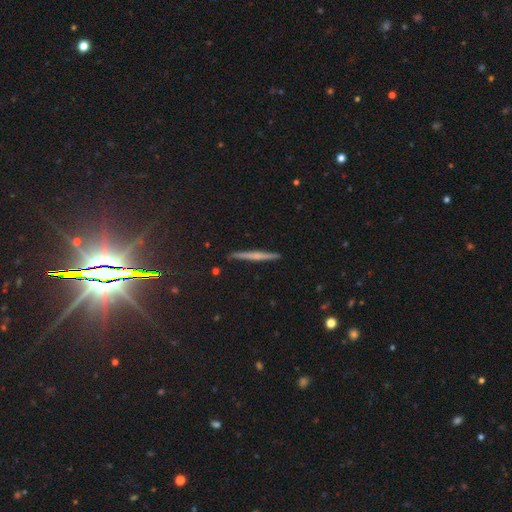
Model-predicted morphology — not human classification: A featured or disk galaxy (56%) viewed edge-on (98%) with a rounded central bulge (45%).

Vote fractions:
- Smooth or featured? featured or disk: 56% / smooth: 33% / star or artifact: 10%
- Edge-on disk? yes: 98% / no: 2%
- Edge-on bulge? rounded: 45% / none: 44% / boxy: 11%
- Merging? none: 90% / minor disturbance: 7% / major disturbance: 1% / merger: 1%